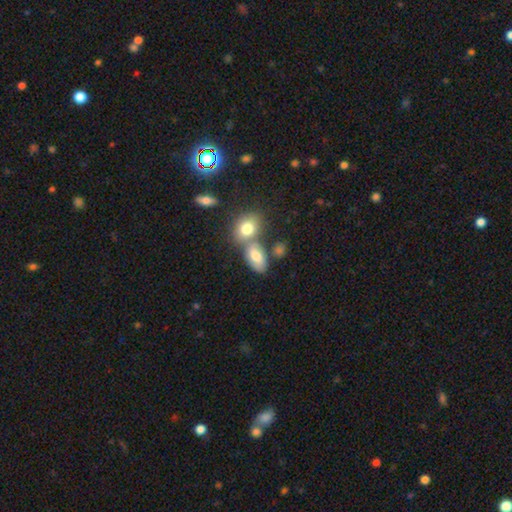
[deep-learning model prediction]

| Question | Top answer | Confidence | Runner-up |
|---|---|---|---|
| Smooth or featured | smooth | 73% | featured or disk (15%) |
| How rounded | in between | 87% | round (10%) |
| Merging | none | 44% | merger (39%) |